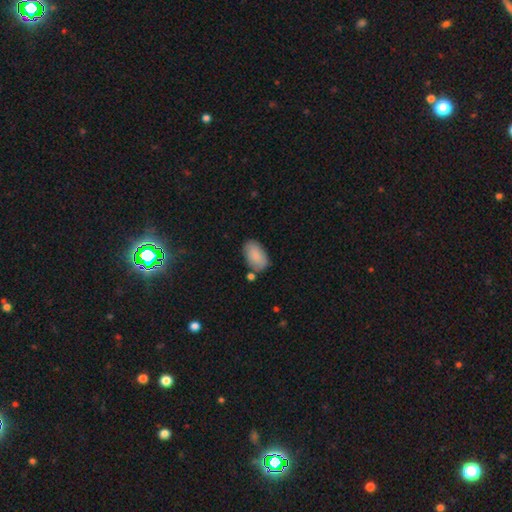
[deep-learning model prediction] smooth_or_featured: smooth (p=0.87) [alt: featured or disk p=0.07]
how_rounded: in between (p=0.94) [alt: round p=0.04]
merging: none (p=0.74) [alt: minor disturbance p=0.16]